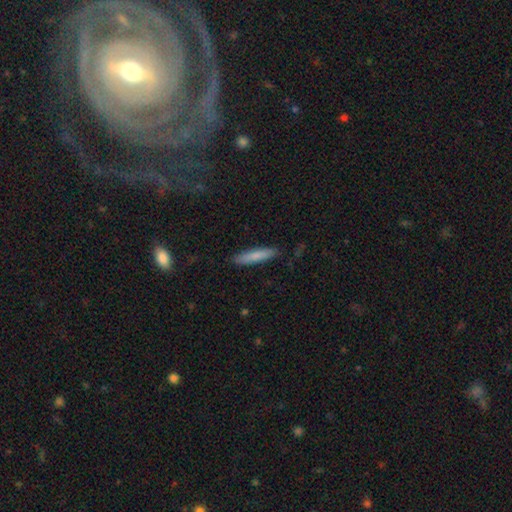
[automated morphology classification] Smooth or featured? smooth (79%)
How rounded? cigar-shaped (89%)
Merging? none (87%)